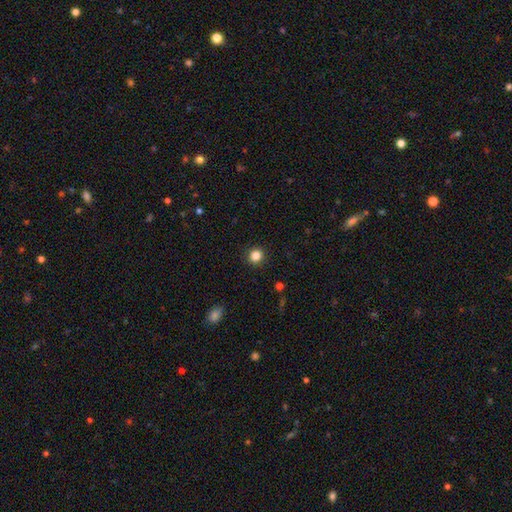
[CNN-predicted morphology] smooth-or-featured: smooth: 84% | star or artifact: 12% | featured or disk: 4%
  how-rounded: round: 88% | in between: 11% | cigar-shaped: 1%
  merging: none: 92% | minor disturbance: 6% | major disturbance: 2% | merger: 1%